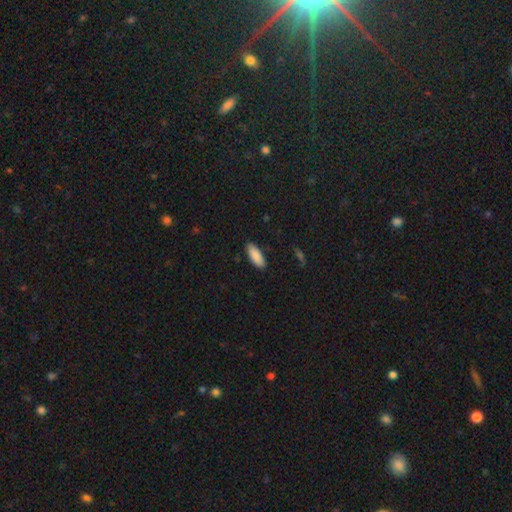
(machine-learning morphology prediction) smooth 89%, star or artifact 6%, featured or disk 5%. Down the decision tree: how rounded — in between (75%); merging — none (88%).